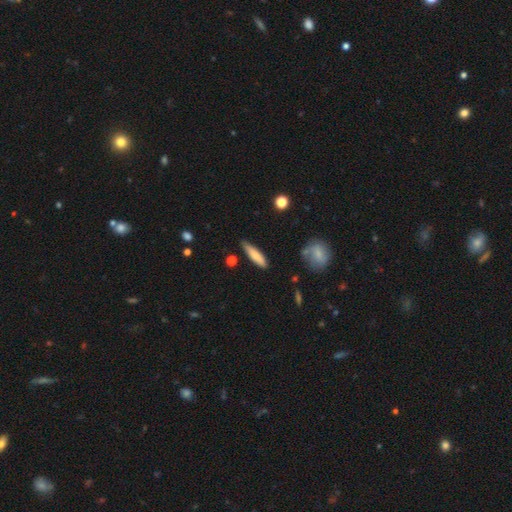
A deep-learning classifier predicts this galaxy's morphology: A smooth galaxy with no disk features (75%) that is cigar-shaped (75%). Merging: none (78%).